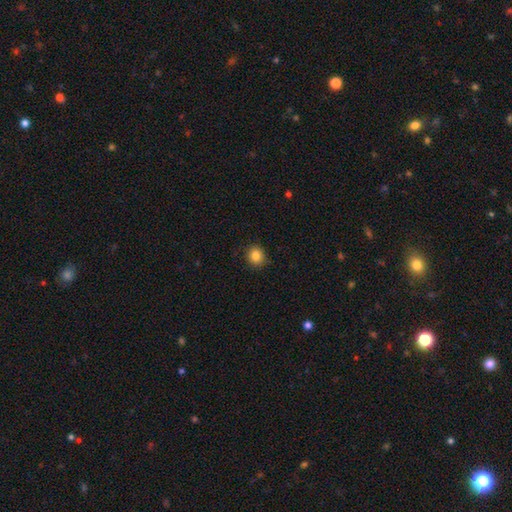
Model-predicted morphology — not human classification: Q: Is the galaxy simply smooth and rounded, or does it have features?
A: smooth — 84%.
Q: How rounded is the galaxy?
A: round — 83%.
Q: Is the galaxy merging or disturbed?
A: none — 89%.